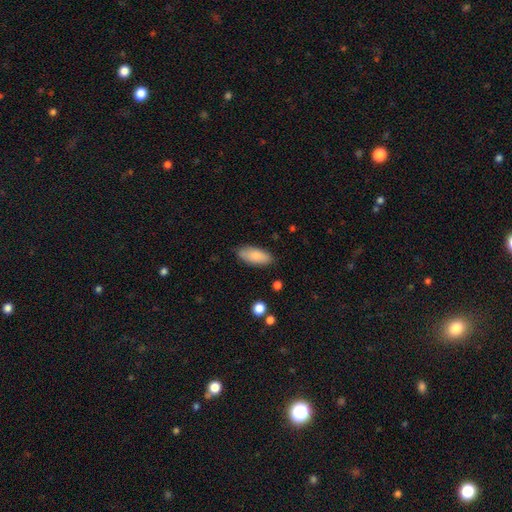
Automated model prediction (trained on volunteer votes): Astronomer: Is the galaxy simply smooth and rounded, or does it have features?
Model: smooth — 83%.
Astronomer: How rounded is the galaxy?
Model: in between — 84%.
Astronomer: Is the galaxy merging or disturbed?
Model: none — 84%.